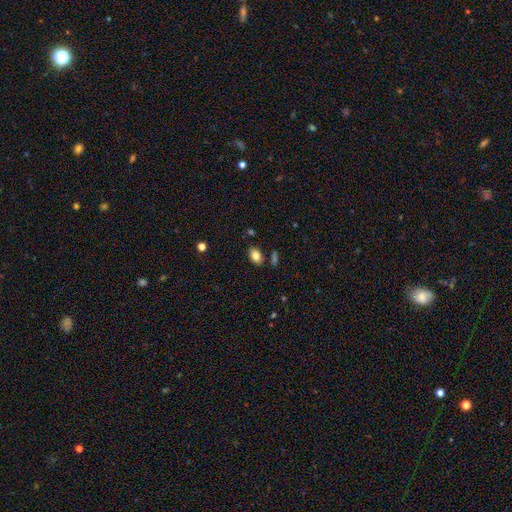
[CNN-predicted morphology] Smooth or featured? smooth (81%)
How rounded? in between (84%)
Merging? none (83%)